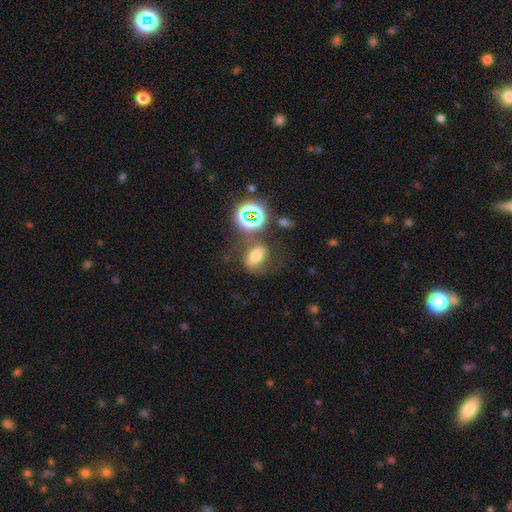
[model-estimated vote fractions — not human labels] Morphology: type=smooth (54%); roundness=in between (70%); merging=none (61%).